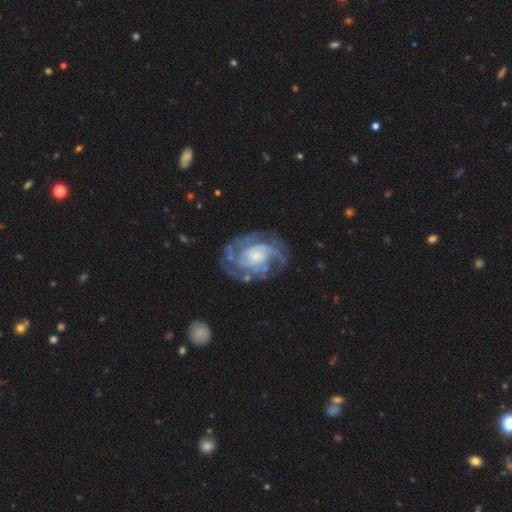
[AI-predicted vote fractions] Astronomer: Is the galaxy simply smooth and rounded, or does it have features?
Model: featured or disk — 87%.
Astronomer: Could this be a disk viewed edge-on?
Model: no — 98%.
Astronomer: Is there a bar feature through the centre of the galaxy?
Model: no — 67%.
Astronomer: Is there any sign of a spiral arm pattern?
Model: yes — 95%.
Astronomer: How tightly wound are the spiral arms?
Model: tight — 51% (runner-up: medium, 39%).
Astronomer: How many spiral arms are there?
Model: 2 — 30% (runner-up: 3, 24%).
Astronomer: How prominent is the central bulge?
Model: small — 49% (runner-up: moderate, 30%).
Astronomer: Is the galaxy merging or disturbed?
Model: none — 69%.